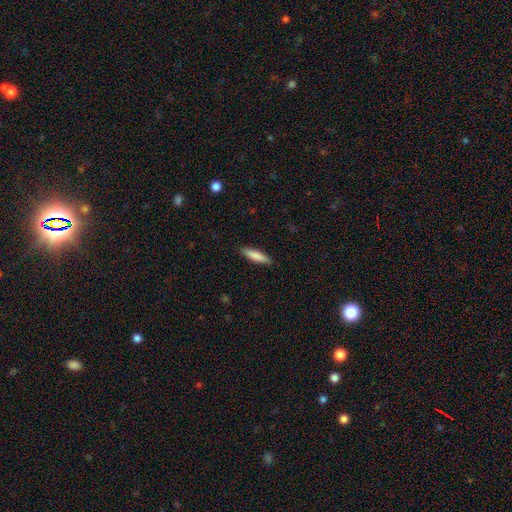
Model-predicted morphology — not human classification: This appears to be a smooth galaxy with no disk features (82%) that is cigar-shaped (77%). Merging: none (89%).